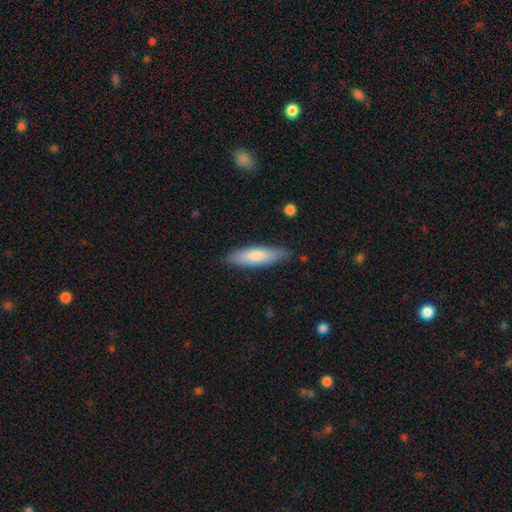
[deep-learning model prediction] A smooth galaxy with no disk features (78%) that is cigar-shaped (63%). Merging: none (81%).